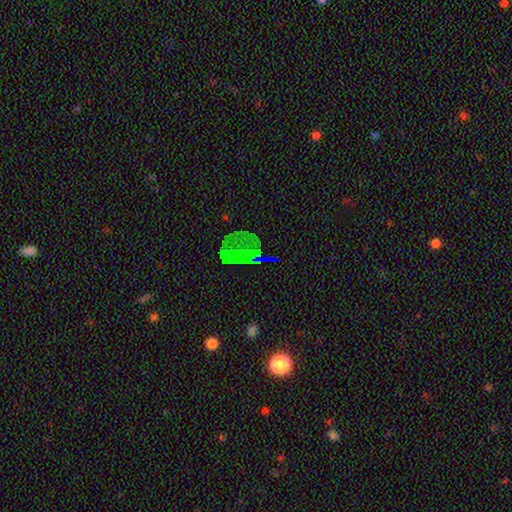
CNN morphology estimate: smooth-or-featured: star or artifact: 55% | smooth: 27% | featured or disk: 17%